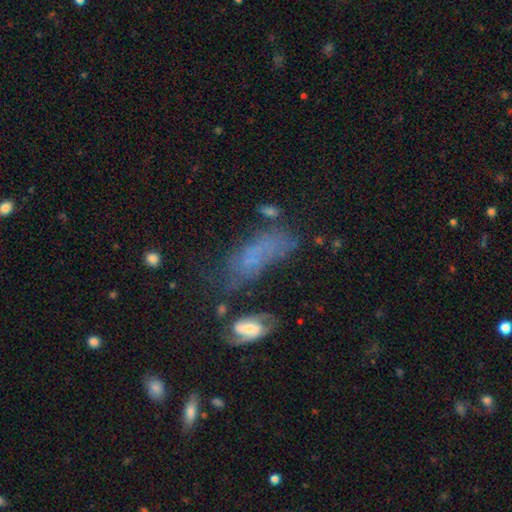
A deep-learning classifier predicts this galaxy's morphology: smooth 53%, featured or disk 25%, star or artifact 22%. Down the decision tree: how rounded — in between (67%); merging — none (38%).